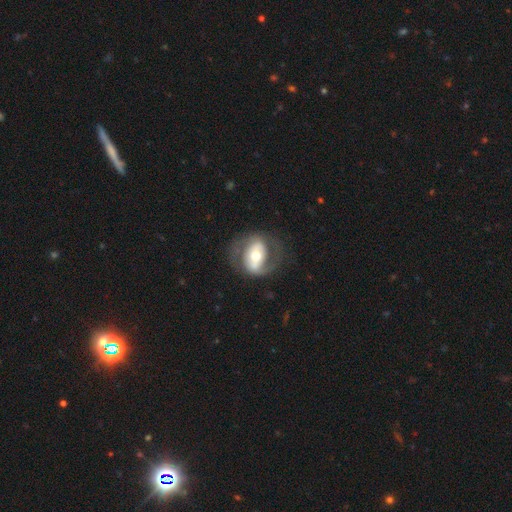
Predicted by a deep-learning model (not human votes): featured or disk 68%, smooth 26%, star or artifact 6%. Down the decision tree: edge-on disk — no (95%); bar — no (38%); spiral arms — yes (62%); bulge size — moderate (67%); merging — none (68%).